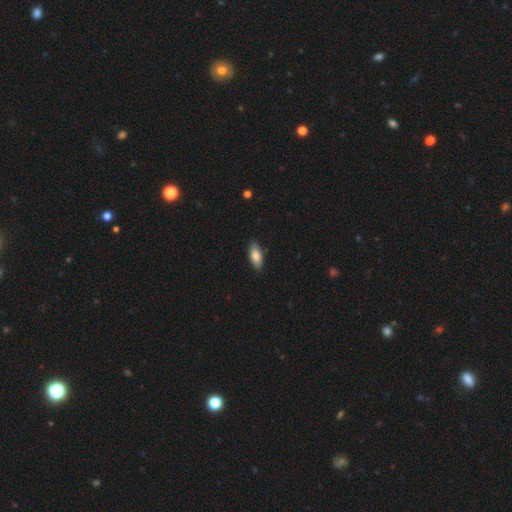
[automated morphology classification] Smooth or featured?
  - smooth: 81% *
  - featured or disk: 13%
  - star or artifact: 6%
How rounded?
  - in between: 83% *
  - cigar-shaped: 15%
  - round: 2%
Merging?
  - none: 86% *
  - minor disturbance: 11%
  - major disturbance: 2%
  - merger: 1%